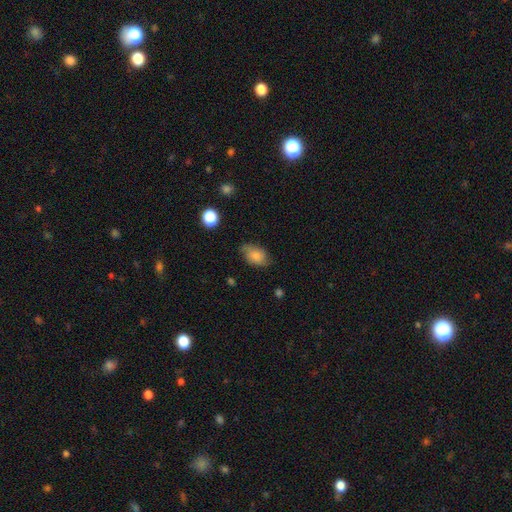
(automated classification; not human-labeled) A smooth galaxy with no disk features (77%) that is in between round and cigar-shaped (84%). Merging: none (67%).